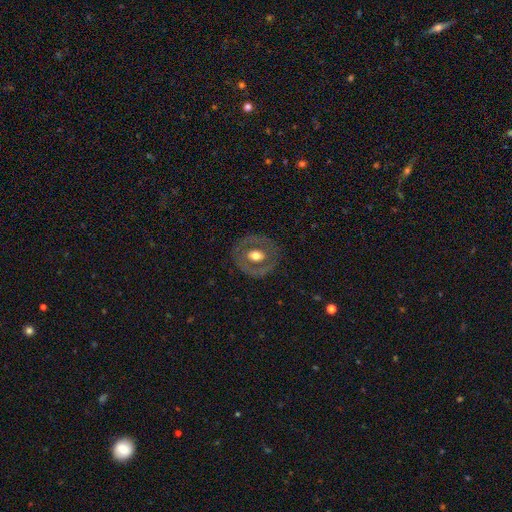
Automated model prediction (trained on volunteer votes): Morphology: type=featured or disk (54%); edge-on=no (94%); bar=no (76%); spiral arms=no (88%); bulge=moderate (66%); merging=none (80%).